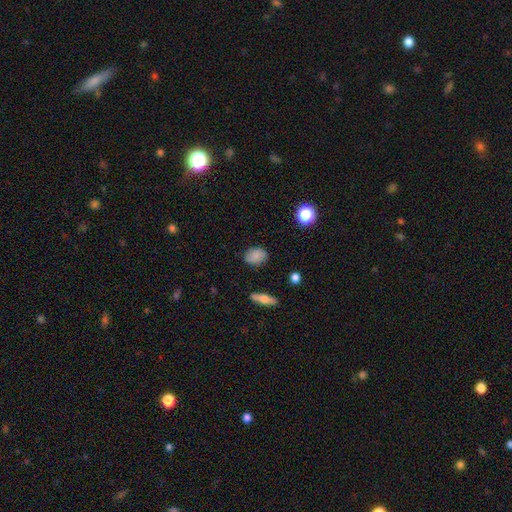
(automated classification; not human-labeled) A smooth galaxy with no disk features (80%) that is in between round and cigar-shaped (68%).

Vote fractions:
- Smooth or featured? smooth: 80% / featured or disk: 10% / star or artifact: 10%
- How rounded? in between: 68% / round: 30% / cigar-shaped: 2%
- Merging? none: 81% / minor disturbance: 14% / major disturbance: 3% / merger: 2%